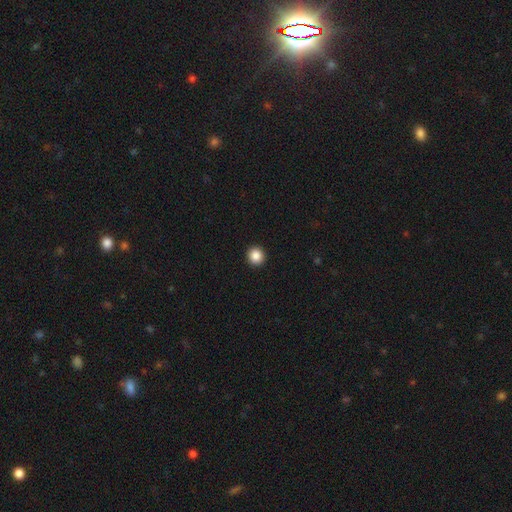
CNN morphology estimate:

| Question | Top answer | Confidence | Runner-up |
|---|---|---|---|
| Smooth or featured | smooth | 87% | star or artifact (9%) |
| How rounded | round | 94% | in between (5%) |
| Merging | none | 94% | minor disturbance (3%) |